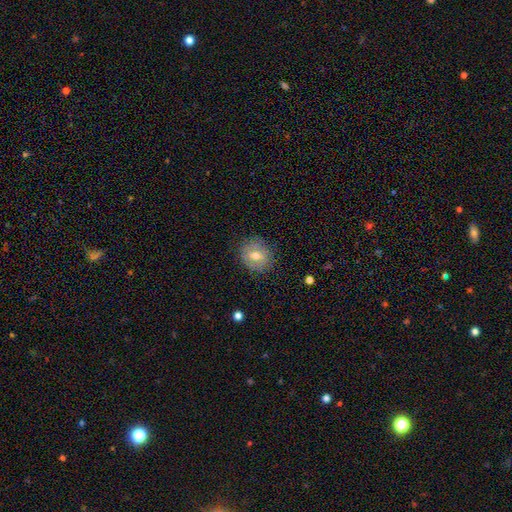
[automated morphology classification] Q: Smooth or featured?
A: smooth (54%); runner-up: featured or disk (37%)
Q: How rounded?
A: round (70%); runner-up: in between (29%)
Q: Merging?
A: none (80%); runner-up: minor disturbance (14%)